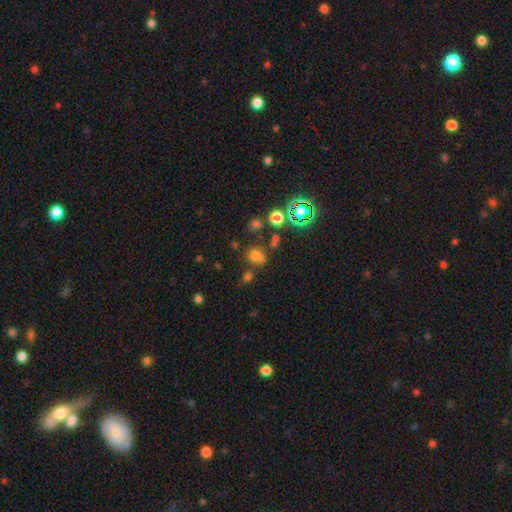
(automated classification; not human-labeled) smooth-or-featured: smooth: 60% | star or artifact: 30% | featured or disk: 10%
  how-rounded: round: 69% | in between: 30% | cigar-shaped: 1%
  merging: none: 61% | merger: 17% | minor disturbance: 15% | major disturbance: 7%